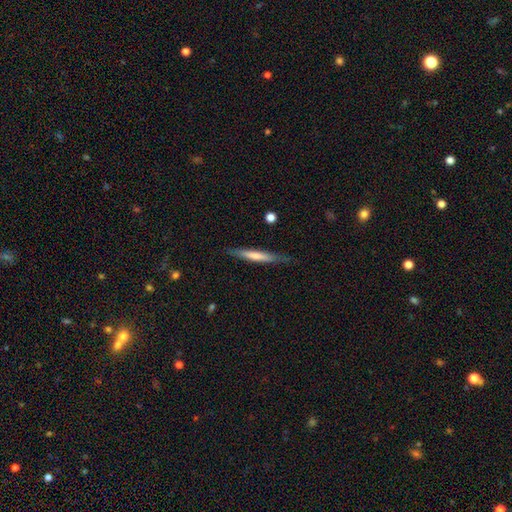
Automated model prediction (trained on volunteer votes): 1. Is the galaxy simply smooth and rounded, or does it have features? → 60% smooth, 34% featured or disk, 6% star or artifact.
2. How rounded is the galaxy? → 94% cigar-shaped, 4% in between, 1% round.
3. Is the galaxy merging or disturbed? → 80% none, 15% minor disturbance, 3% major disturbance, 2% merger.